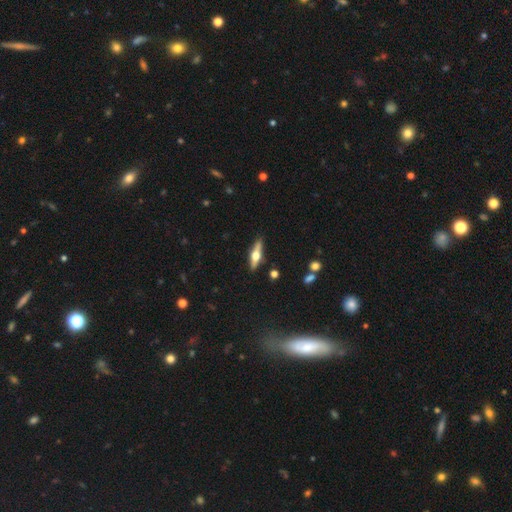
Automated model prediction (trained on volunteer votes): This appears to be a featured or disk galaxy (64%) viewed edge-on (95%) with a rounded central bulge (94%). Merging: none (87%).